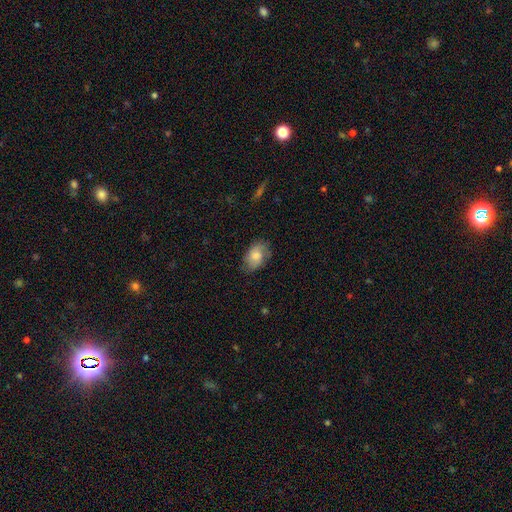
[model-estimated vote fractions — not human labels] Smooth or featured? smooth (64%)
How rounded? in between (86%)
Merging? none (68%)